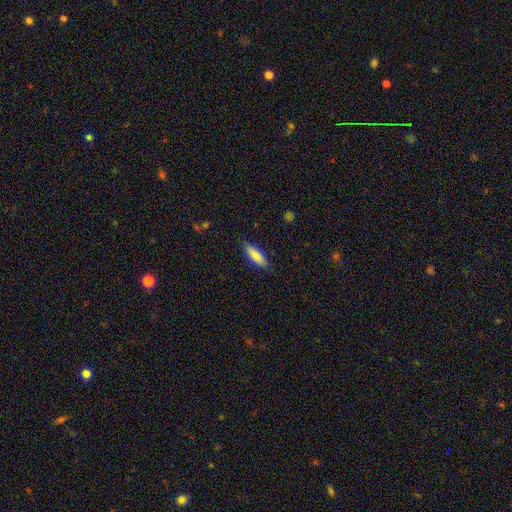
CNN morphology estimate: A smooth galaxy with no disk features (83%) that is cigar-shaped (52%).

Vote fractions:
- Smooth or featured? smooth: 83% / featured or disk: 11% / star or artifact: 6%
- How rounded? cigar-shaped: 52% / in between: 47% / round: 2%
- Merging? none: 85% / minor disturbance: 12% / major disturbance: 2% / merger: 1%